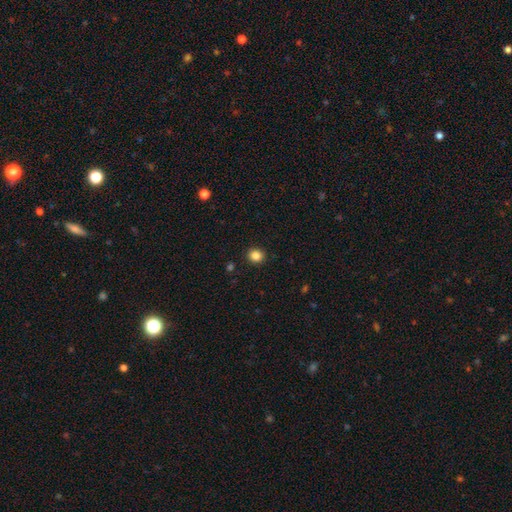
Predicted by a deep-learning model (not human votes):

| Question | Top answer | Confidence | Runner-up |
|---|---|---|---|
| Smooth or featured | smooth | 85% | star or artifact (11%) |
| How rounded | round | 80% | in between (19%) |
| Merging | none | 92% | minor disturbance (5%) |